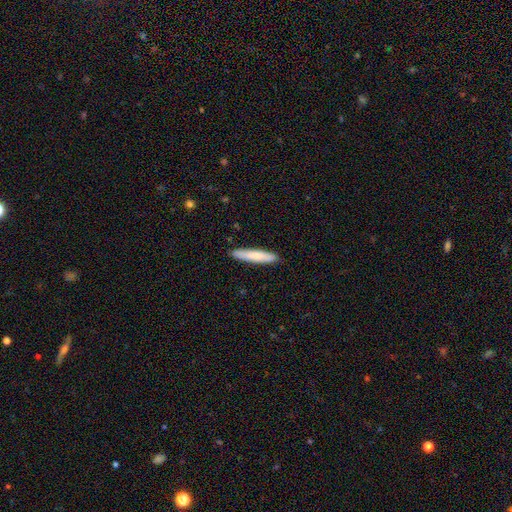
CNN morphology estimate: A smooth galaxy with no disk features (78%) that is cigar-shaped (90%). Merging: none (90%).